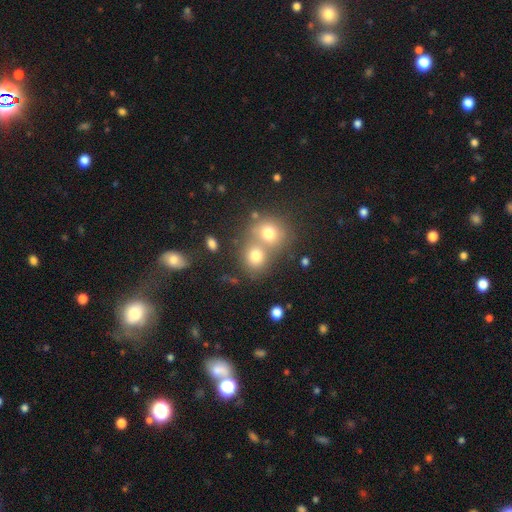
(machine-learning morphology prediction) A smooth galaxy with no disk features (74%) that is round (76%). Merging: merger (50%).